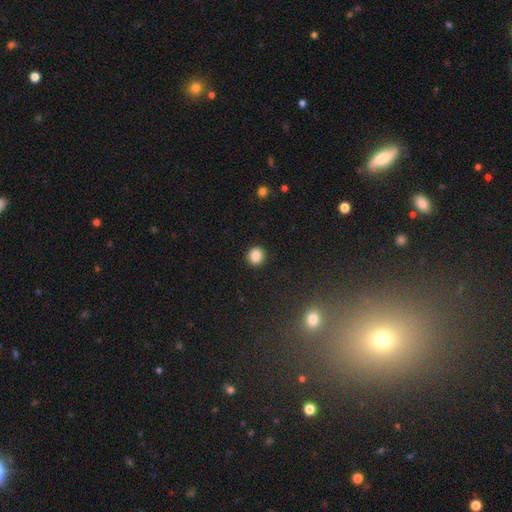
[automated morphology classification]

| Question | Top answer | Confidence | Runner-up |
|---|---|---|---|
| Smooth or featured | smooth | 86% | star or artifact (10%) |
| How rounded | round | 90% | in between (9%) |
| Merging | none | 92% | minor disturbance (5%) |